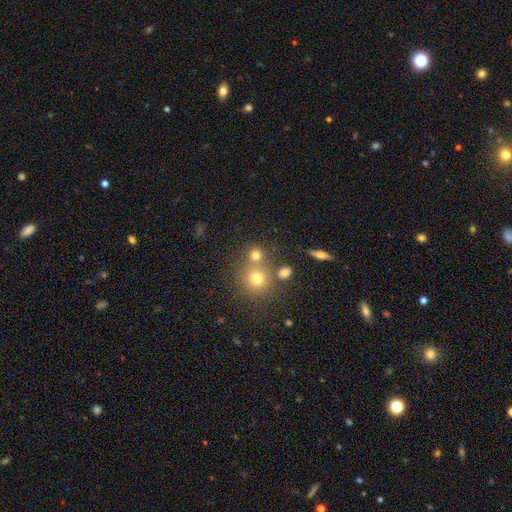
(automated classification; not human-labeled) Smooth or featured?
  - smooth: 71% *
  - star or artifact: 17%
  - featured or disk: 11%
How rounded?
  - round: 84% *
  - in between: 14%
  - cigar-shaped: 1%
Merging?
  - none: 58% *
  - merger: 30%
  - minor disturbance: 8%
  - major disturbance: 3%